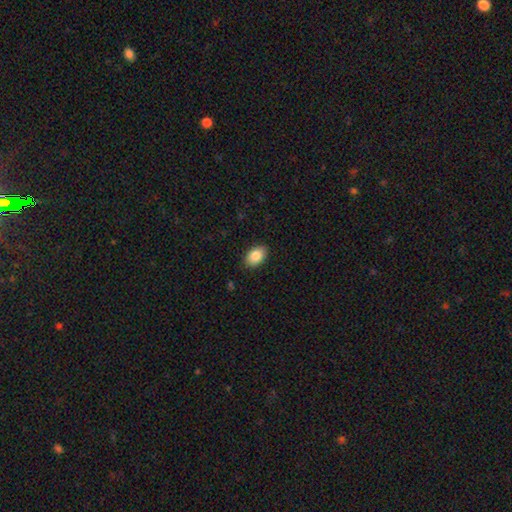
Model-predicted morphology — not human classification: The model was most divided on "how rounded": in between: 87%, round: 12%, cigar-shaped: 1%. More confident: merging — none (88%); smooth or featured — smooth (85%).